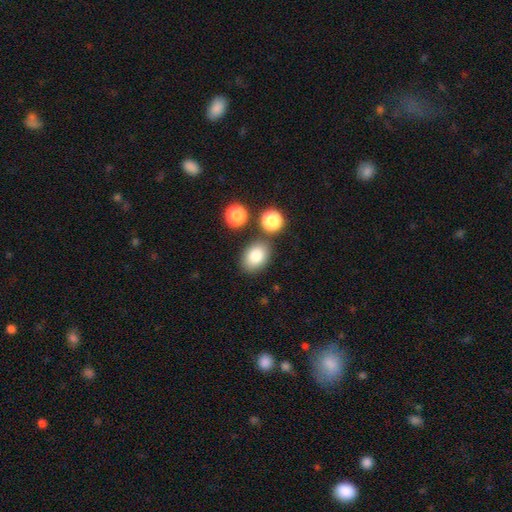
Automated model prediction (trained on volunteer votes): Smooth or featured? Predicted: smooth (p=0.82). How rounded? Predicted: in between (p=0.75). Merging? Predicted: none (p=0.79).